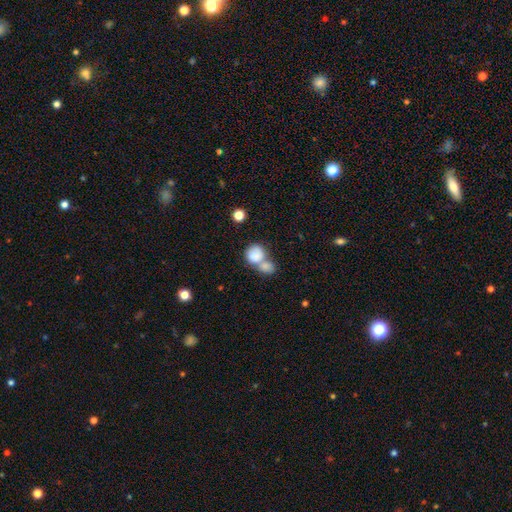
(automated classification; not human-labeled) A smooth galaxy with no disk features (81%) that is round (69%).

Vote fractions:
- Smooth or featured? smooth: 81% / featured or disk: 11% / star or artifact: 8%
- How rounded? round: 69% / in between: 30% / cigar-shaped: 1%
- Merging? merger: 67% / none: 21% / minor disturbance: 7% / major disturbance: 5%